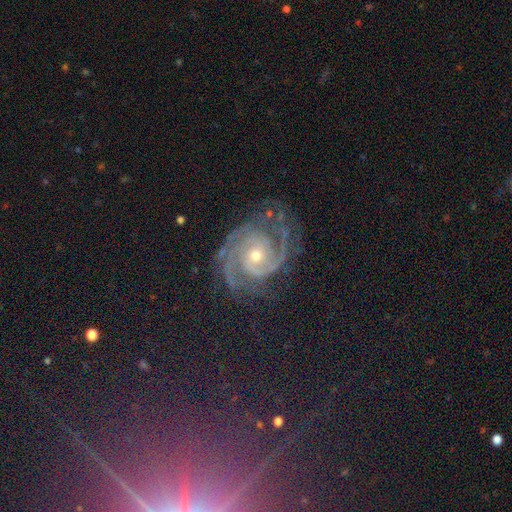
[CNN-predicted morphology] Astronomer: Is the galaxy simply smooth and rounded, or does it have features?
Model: featured or disk — 73%.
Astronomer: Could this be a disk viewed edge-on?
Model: no — 98%.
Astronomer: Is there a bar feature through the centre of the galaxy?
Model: no — 72%.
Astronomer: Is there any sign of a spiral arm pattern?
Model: yes — 97%.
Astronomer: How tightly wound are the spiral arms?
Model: tight — 61%.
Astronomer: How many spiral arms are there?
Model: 2 — 46%.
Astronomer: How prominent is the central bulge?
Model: moderate — 52% (runner-up: small, 44%).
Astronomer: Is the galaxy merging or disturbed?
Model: none — 72%.